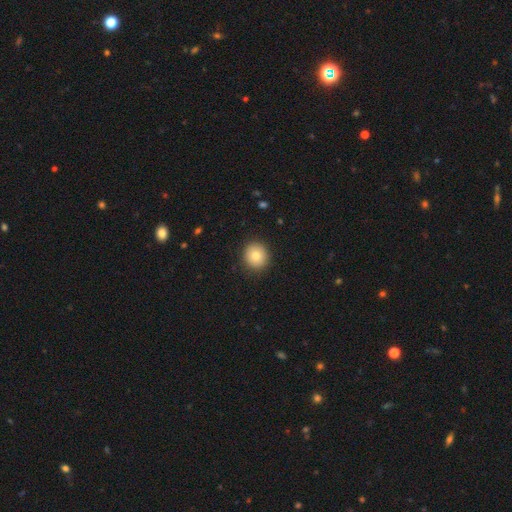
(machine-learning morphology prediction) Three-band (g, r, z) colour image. It shows a smooth galaxy with no disk features (80%) that is round (87%). Merging: none (90%).